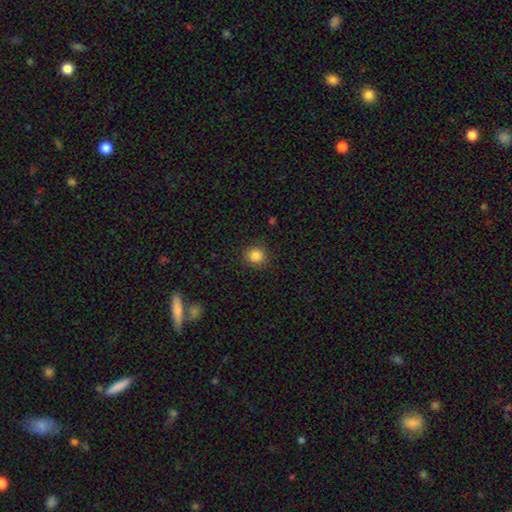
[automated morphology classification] This appears to be a smooth galaxy with no disk features (84%) that is round (89%). Merging: none (90%).